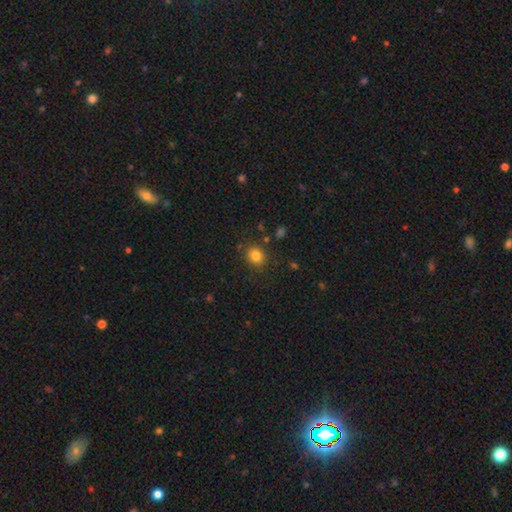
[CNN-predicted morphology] Smooth or featured: smooth — 82% (star or artifact — 12%)
How rounded: round — 71% (in between — 28%)
Merging: none — 85% (minor disturbance — 9%)